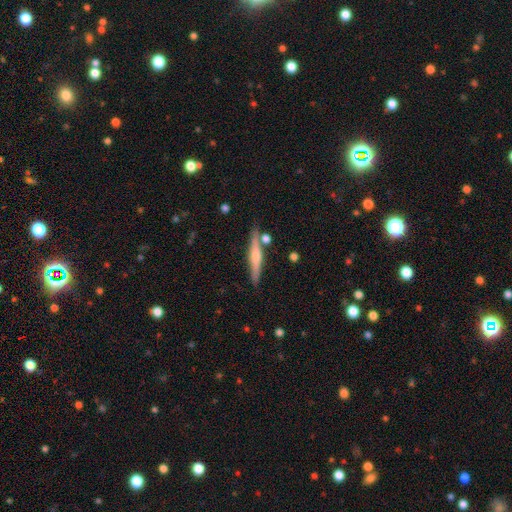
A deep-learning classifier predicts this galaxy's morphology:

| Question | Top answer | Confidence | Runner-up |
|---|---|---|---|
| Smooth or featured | featured or disk | 55% | smooth (39%) |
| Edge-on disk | yes | 96% | no (4%) |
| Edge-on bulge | rounded | 73% | none (17%) |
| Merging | none | 81% | minor disturbance (10%) |